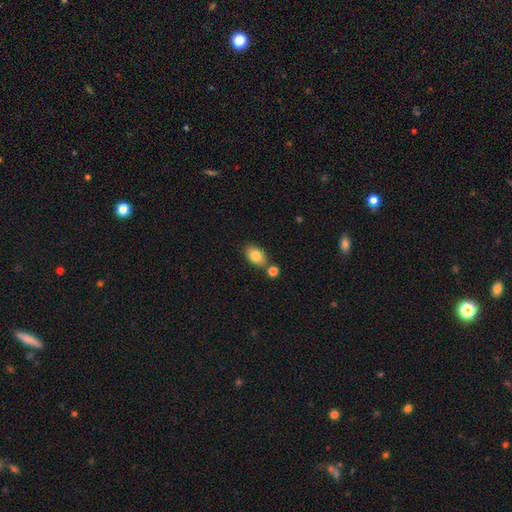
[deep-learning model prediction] Smooth or featured?
  - smooth: 83% *
  - featured or disk: 10%
  - star or artifact: 8%
How rounded?
  - in between: 87% *
  - round: 11%
  - cigar-shaped: 2%
Merging?
  - none: 67% *
  - merger: 18%
  - minor disturbance: 12%
  - major disturbance: 3%